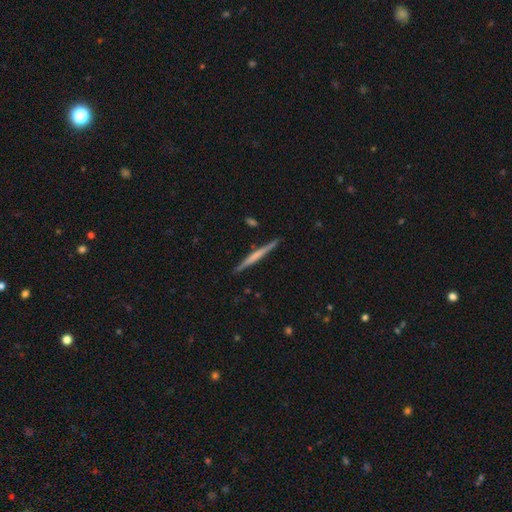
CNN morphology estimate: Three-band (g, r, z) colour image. It shows a featured or disk galaxy (54%) viewed edge-on (98%) with no central bulge (69%). Merging: none (90%).